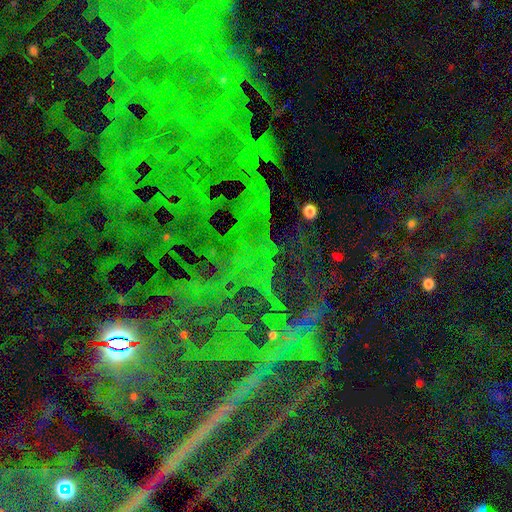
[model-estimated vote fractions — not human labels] Smooth or featured?
  - star or artifact: 85% *
  - featured or disk: 9%
  - smooth: 7%